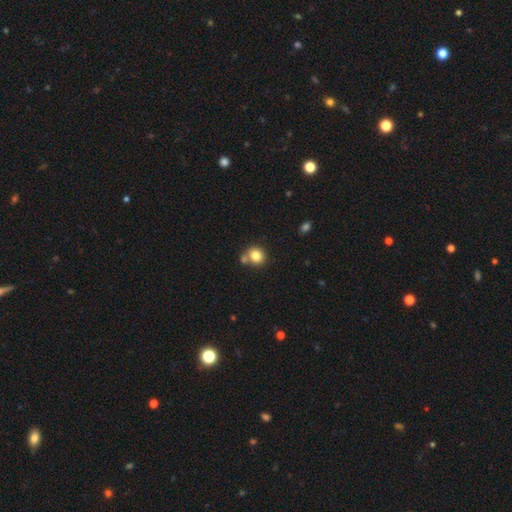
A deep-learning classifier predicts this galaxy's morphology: Smooth or featured: smooth — 80% (star or artifact — 10%)
How rounded: round — 81% (in between — 18%)
Merging: none — 57% (merger — 28%)